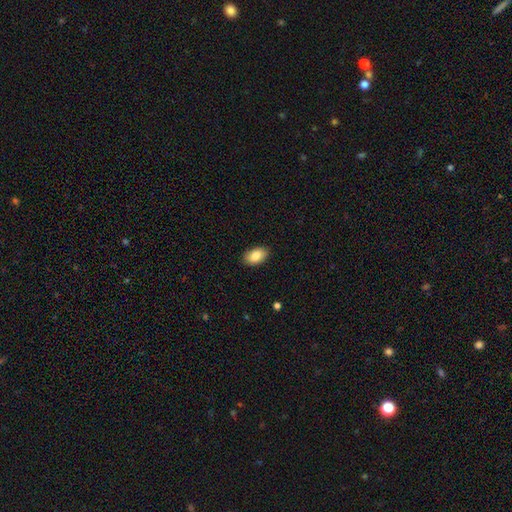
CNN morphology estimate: smooth-or-featured: smooth: 85% | featured or disk: 8% | star or artifact: 7%
  how-rounded: in between: 92% | round: 7% | cigar-shaped: 1%
  merging: none: 89% | minor disturbance: 8% | major disturbance: 2% | merger: 1%